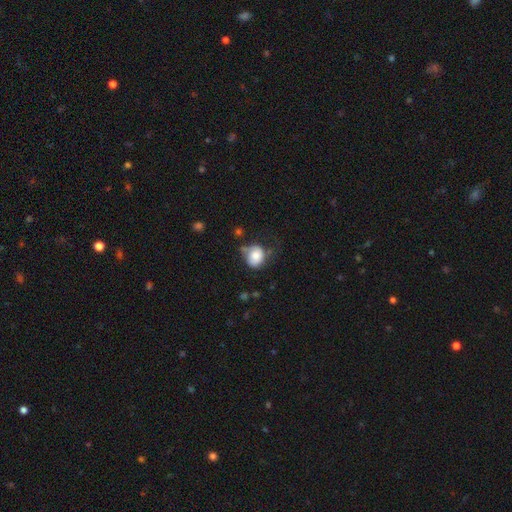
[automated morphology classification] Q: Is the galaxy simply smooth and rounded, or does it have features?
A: smooth — 78%.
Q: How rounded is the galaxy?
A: round — 65%.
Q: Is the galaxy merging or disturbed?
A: none — 45%.